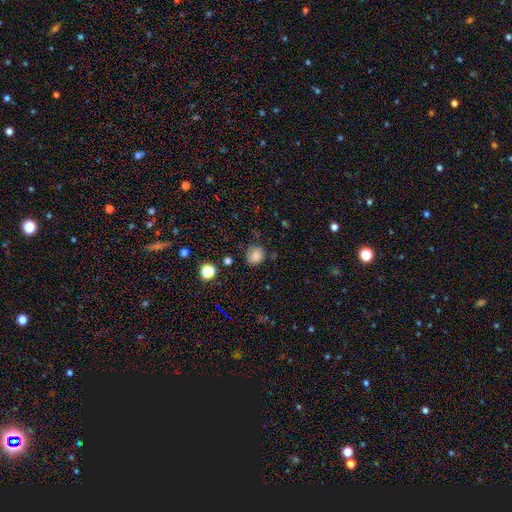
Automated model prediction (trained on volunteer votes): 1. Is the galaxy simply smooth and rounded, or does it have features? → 81% smooth, 13% star or artifact, 6% featured or disk.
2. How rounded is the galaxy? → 73% round, 26% in between, 1% cigar-shaped.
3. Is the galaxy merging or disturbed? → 74% none, 18% minor disturbance, 5% major disturbance, 3% merger.